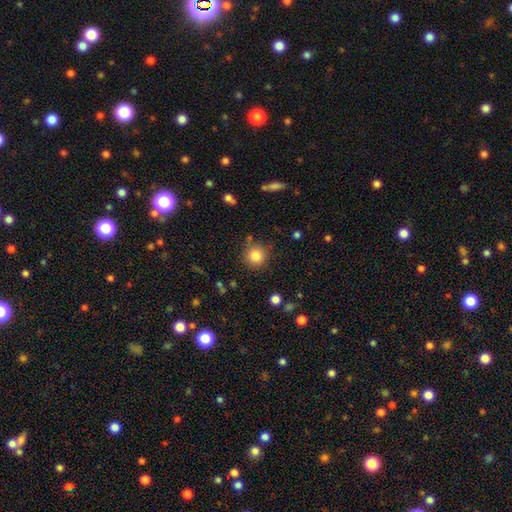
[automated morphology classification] A smooth galaxy with no disk features (83%) that is round (94%).

Vote fractions:
- Smooth or featured? smooth: 83% / star or artifact: 11% / featured or disk: 6%
- How rounded? round: 94% / in between: 6% / cigar-shaped: 1%
- Merging? none: 84% / minor disturbance: 9% / merger: 4% / major disturbance: 3%